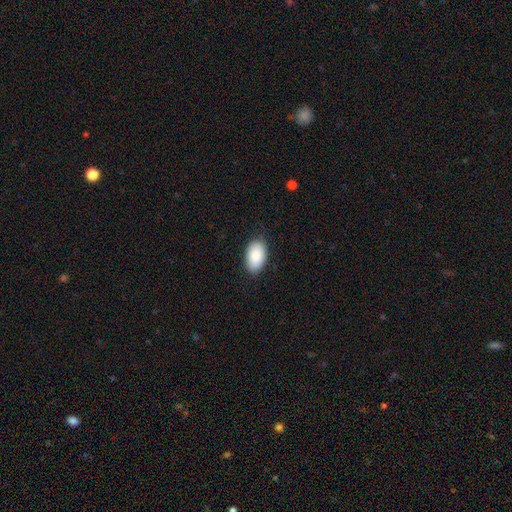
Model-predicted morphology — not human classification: Smooth or featured? Predicted: smooth (p=0.88). How rounded? Predicted: in between (p=0.94). Merging? Predicted: none (p=0.85).